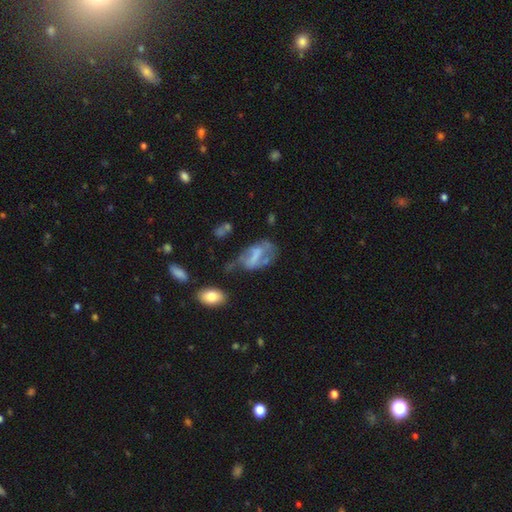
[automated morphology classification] A featured or disk galaxy (53%) with no bar (42%), no spiral arms (65%) and no central bulge (56%). Merging: none (33%, tied with major disturbance).